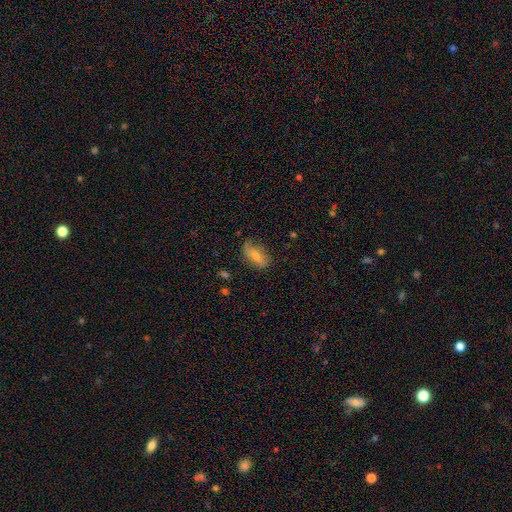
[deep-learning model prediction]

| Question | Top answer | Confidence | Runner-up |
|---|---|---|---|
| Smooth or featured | smooth | 49% | featured or disk (39%) |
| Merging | none | 71% | minor disturbance (21%) |